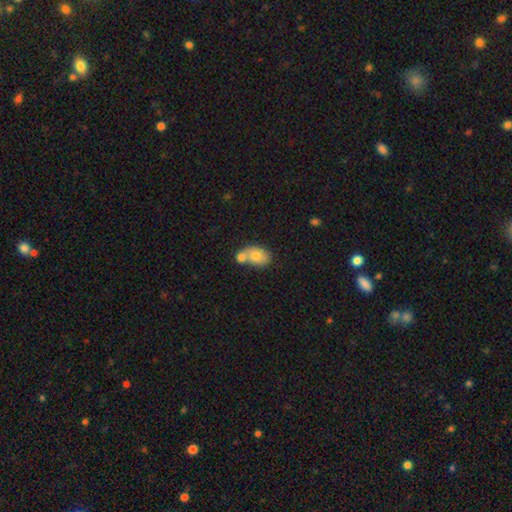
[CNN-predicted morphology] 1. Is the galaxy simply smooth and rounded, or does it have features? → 71% smooth, 22% featured or disk, 8% star or artifact.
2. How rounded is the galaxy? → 74% in between, 24% round, 1% cigar-shaped.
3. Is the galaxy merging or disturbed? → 58% merger, 27% none, 11% minor disturbance, 4% major disturbance.